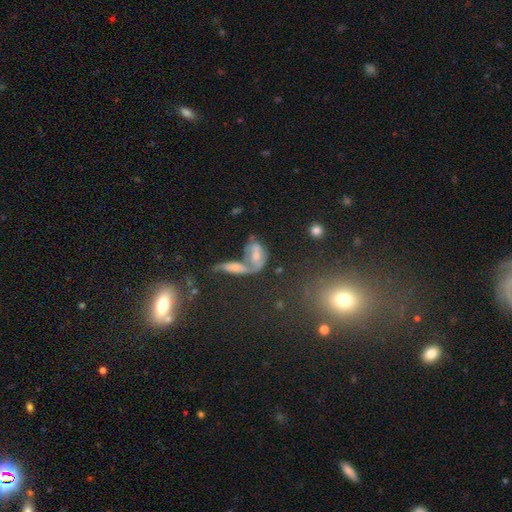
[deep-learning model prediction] smooth_or_featured: featured or disk (p=0.43) [alt: smooth p=0.30]
merging: none (p=0.38) [alt: merger p=0.30]